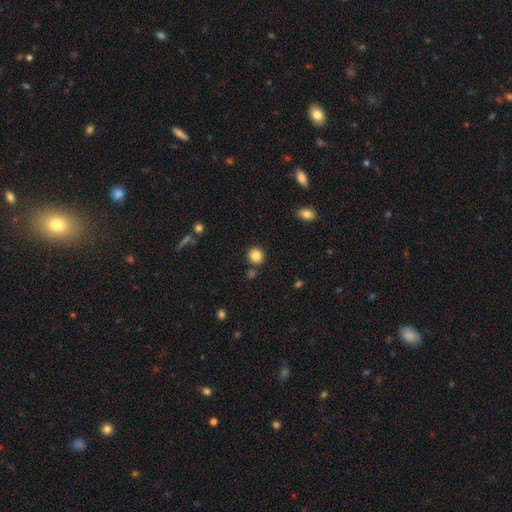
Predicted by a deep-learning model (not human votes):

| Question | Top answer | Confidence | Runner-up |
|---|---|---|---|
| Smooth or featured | smooth | 85% | star or artifact (10%) |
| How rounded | round | 91% | in between (9%) |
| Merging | none | 86% | minor disturbance (7%) |